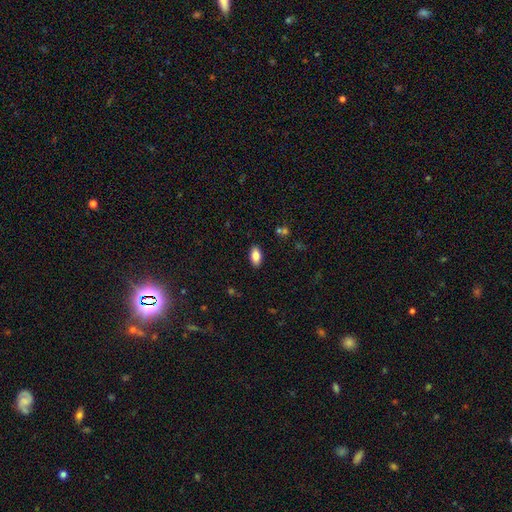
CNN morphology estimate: Q: Smooth or featured?
A: smooth (84%); runner-up: featured or disk (8%)
Q: How rounded?
A: in between (92%); runner-up: cigar-shaped (5%)
Q: Merging?
A: none (88%); runner-up: minor disturbance (8%)